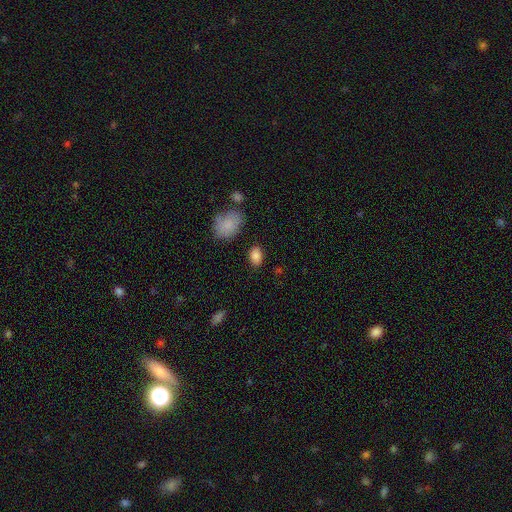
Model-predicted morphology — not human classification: Q: Smooth or featured?
A: smooth (86%); runner-up: star or artifact (9%)
Q: How rounded?
A: in between (85%); runner-up: round (14%)
Q: Merging?
A: none (84%); runner-up: minor disturbance (11%)